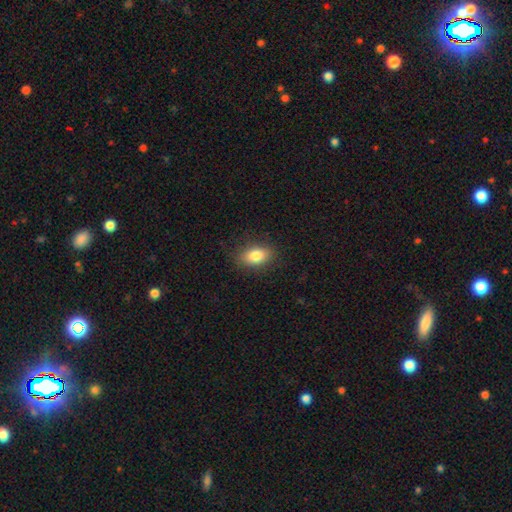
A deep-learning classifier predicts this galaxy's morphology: This is clearly a smooth galaxy (83%). How rounded: clearly in between (85%). Merging: clearly none (86%).